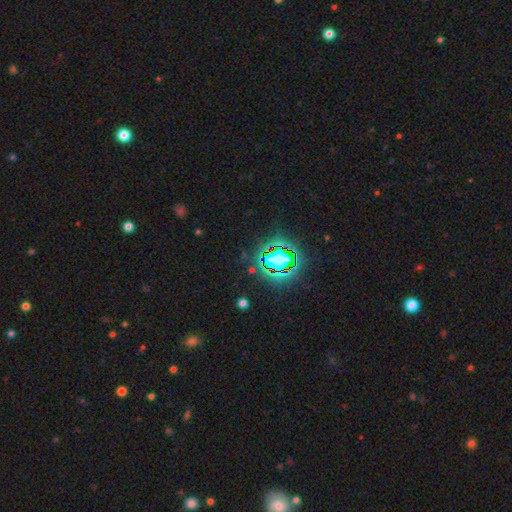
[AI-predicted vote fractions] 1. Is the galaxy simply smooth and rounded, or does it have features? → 78% star or artifact, 14% smooth, 8% featured or disk.